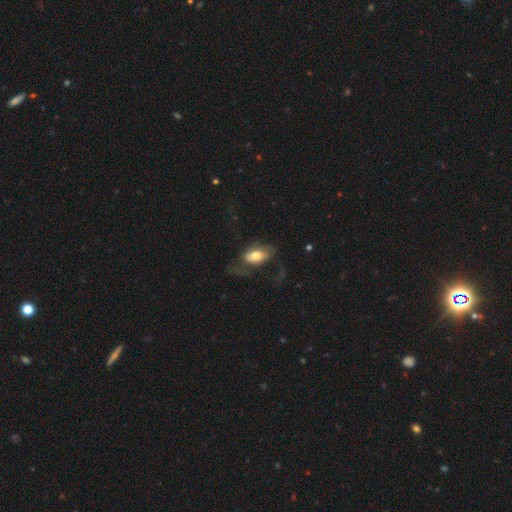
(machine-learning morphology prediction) Smooth or featured? Predicted: smooth (p=0.67). How rounded? Predicted: in between (p=0.91). Merging? Predicted: major disturbance (p=0.43).